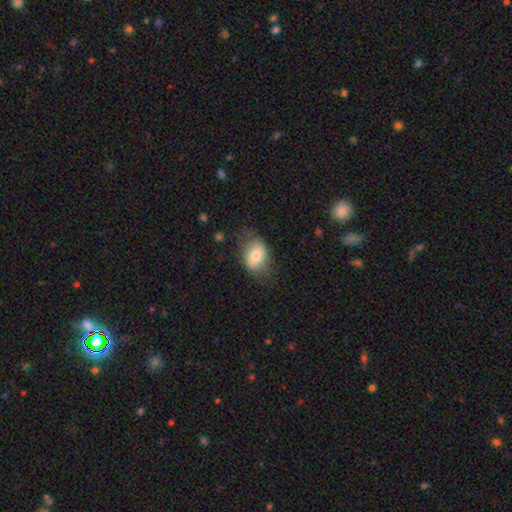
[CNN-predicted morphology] This is likely a smooth galaxy (72%). How rounded: likely in between (75%). Merging: likely none (66%).